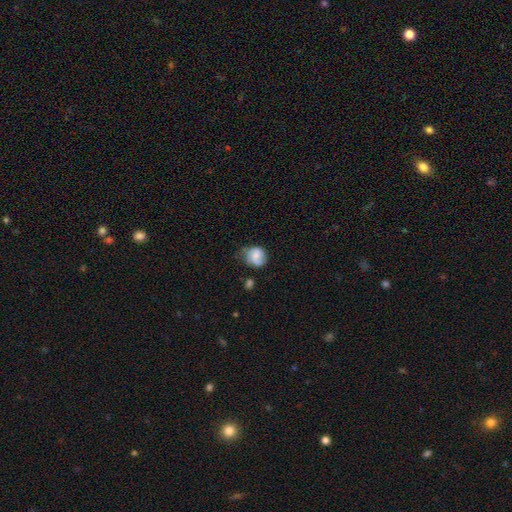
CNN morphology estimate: smooth 55%, featured or disk 36%, star or artifact 8%. Down the decision tree: how rounded — round (71%); merging — none (51%).